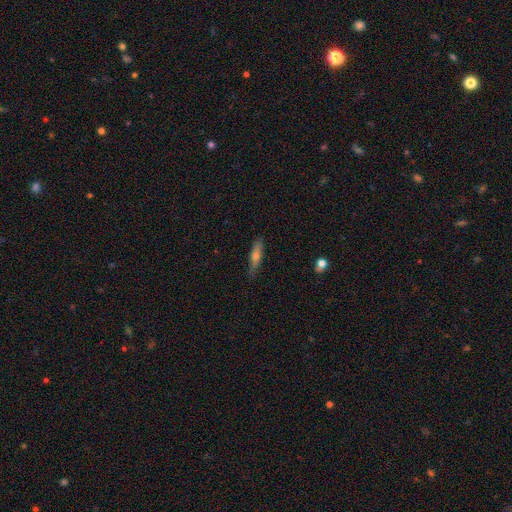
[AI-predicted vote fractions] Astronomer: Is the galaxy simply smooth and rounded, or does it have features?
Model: smooth — 53% (runner-up: featured or disk, 40%).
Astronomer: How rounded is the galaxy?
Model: cigar-shaped — 81%.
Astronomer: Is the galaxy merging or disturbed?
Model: none — 85%.